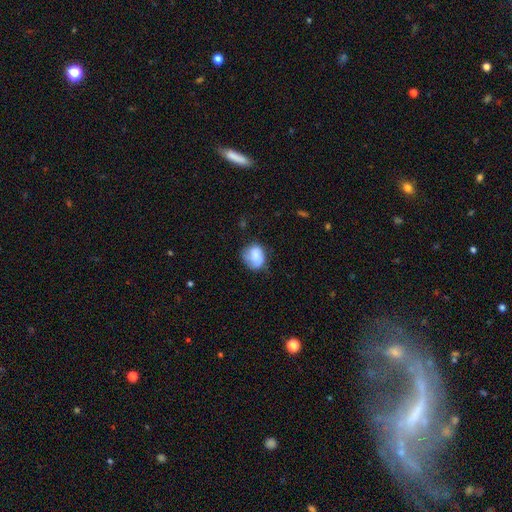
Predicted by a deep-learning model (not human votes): Smooth or featured?
  - smooth: 74% *
  - featured or disk: 18%
  - star or artifact: 8%
How rounded?
  - round: 62% *
  - in between: 37%
  - cigar-shaped: 1%
Merging?
  - none: 53% *
  - minor disturbance: 32%
  - major disturbance: 12%
  - merger: 2%